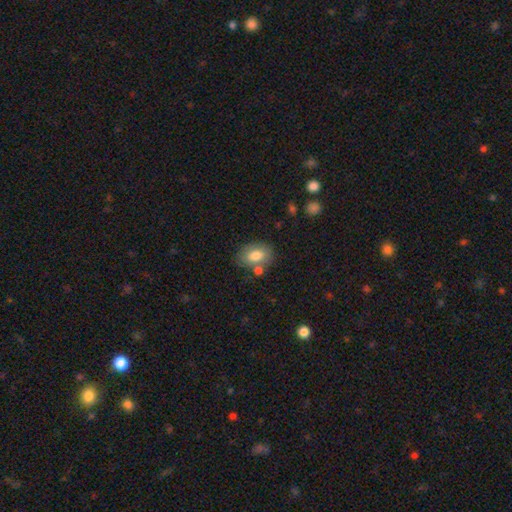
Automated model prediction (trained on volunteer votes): A smooth galaxy with no disk features (76%) that is in between round and cigar-shaped (80%). Merging: none (67%).